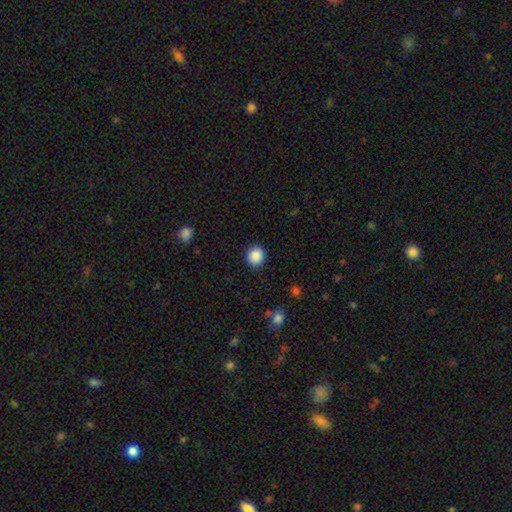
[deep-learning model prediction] A smooth galaxy with no disk features (89%) that is round (86%). Merging: none (90%).